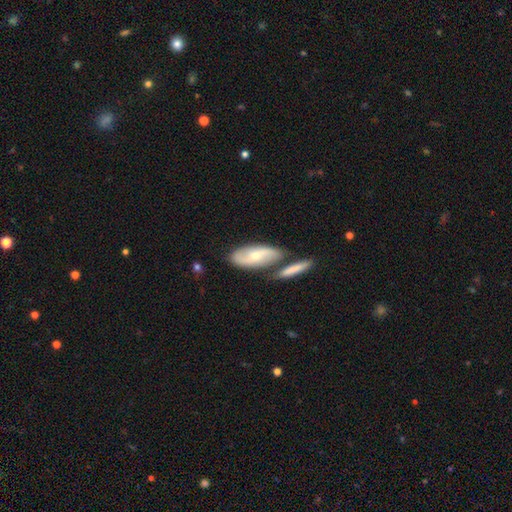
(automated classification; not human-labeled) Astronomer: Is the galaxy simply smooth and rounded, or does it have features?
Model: featured or disk — 57% (runner-up: smooth, 37%).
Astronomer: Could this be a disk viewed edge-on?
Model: no — 85%.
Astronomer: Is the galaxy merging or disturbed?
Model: none — 54%.